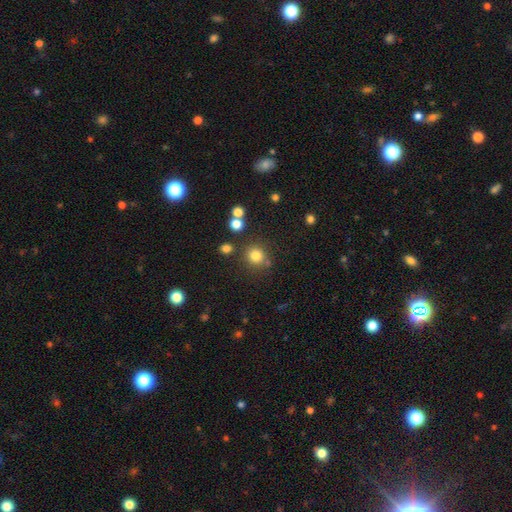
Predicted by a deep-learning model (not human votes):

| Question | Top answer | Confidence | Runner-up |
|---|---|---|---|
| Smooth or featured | smooth | 79% | star or artifact (14%) |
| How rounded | round | 90% | in between (9%) |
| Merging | none | 79% | minor disturbance (9%) |